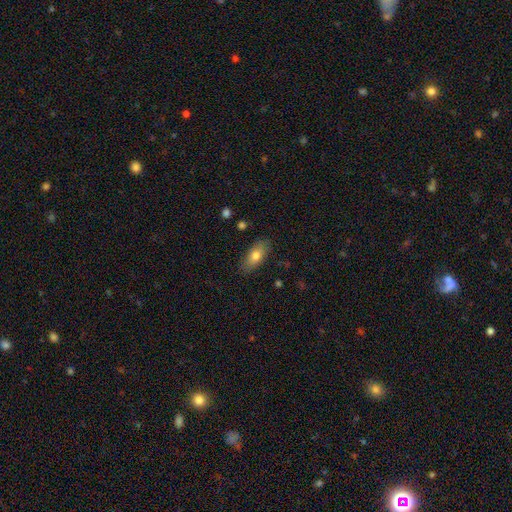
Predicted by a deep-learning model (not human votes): Morphology: type=smooth (75%); roundness=in between (82%); merging=none (85%).